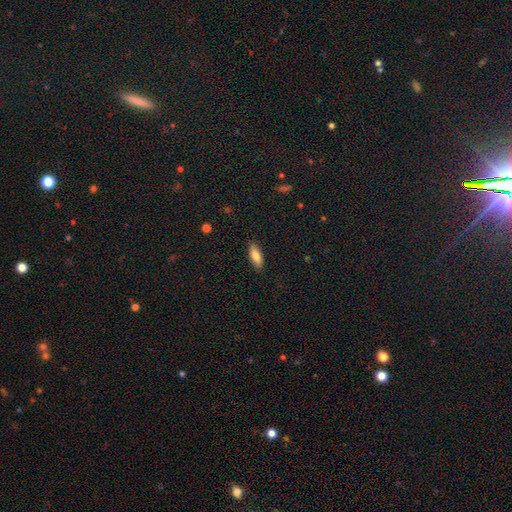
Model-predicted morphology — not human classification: Smooth or featured?
  - smooth: 81% *
  - featured or disk: 12%
  - star or artifact: 6%
How rounded?
  - in between: 73% *
  - cigar-shaped: 25%
  - round: 2%
Merging?
  - none: 88% *
  - minor disturbance: 9%
  - major disturbance: 2%
  - merger: 1%